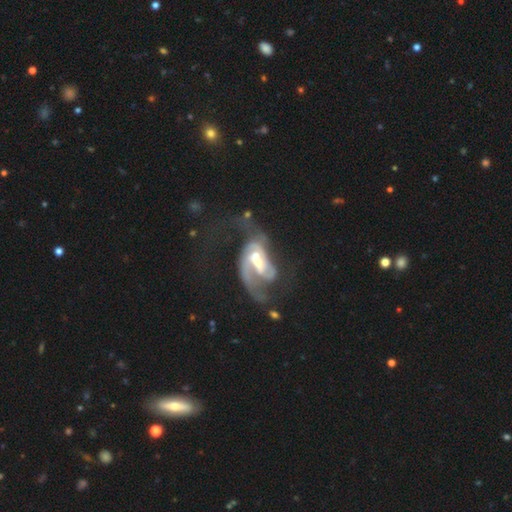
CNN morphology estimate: Q: Smooth or featured?
A: featured or disk (78%); runner-up: smooth (15%)
Q: Edge-on disk?
A: no (96%); runner-up: yes (4%)
Q: Bar?
A: weak (41%); runner-up: no (39%)
Q: Spiral arms?
A: yes (80%); runner-up: no (20%)
Q: Spiral winding?
A: loose (44%); runner-up: medium (38%)
Q: Spiral arm count?
A: 2 (48%); runner-up: 1 (24%)
Q: Bulge size?
A: moderate (53%); runner-up: small (30%)
Q: Merging?
A: merger (37%); tied with: major disturbance (37%)